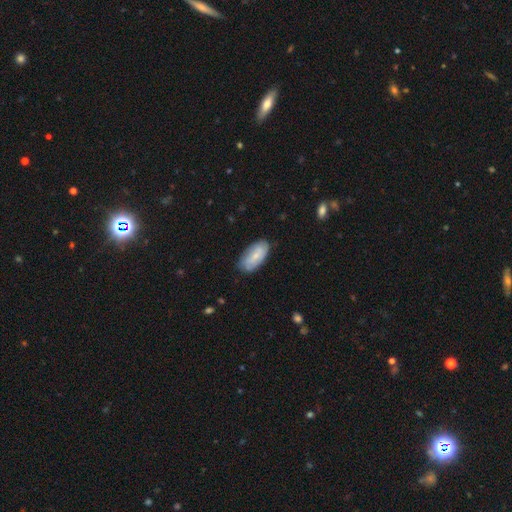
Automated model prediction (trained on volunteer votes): This is likely a smooth galaxy (64%). How rounded: clearly in between (92%). Merging: likely none (77%).